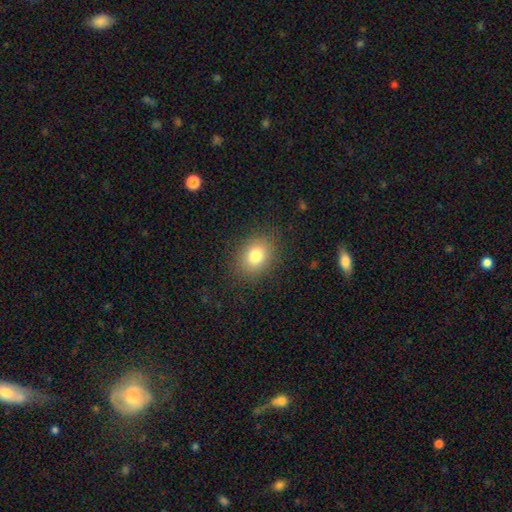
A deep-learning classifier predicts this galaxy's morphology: Overall: smooth (80%). How rounded: in between (52%; round 47%). Merging: none (86%).